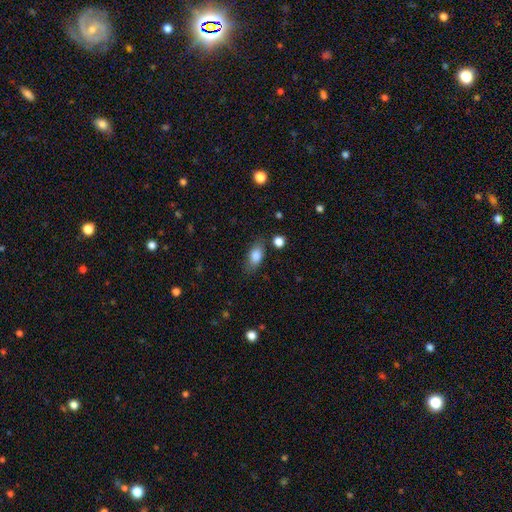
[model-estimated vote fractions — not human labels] Smooth or featured? Predicted: smooth (p=0.81). How rounded? Predicted: in between (p=0.84). Merging? Predicted: none (p=0.76).